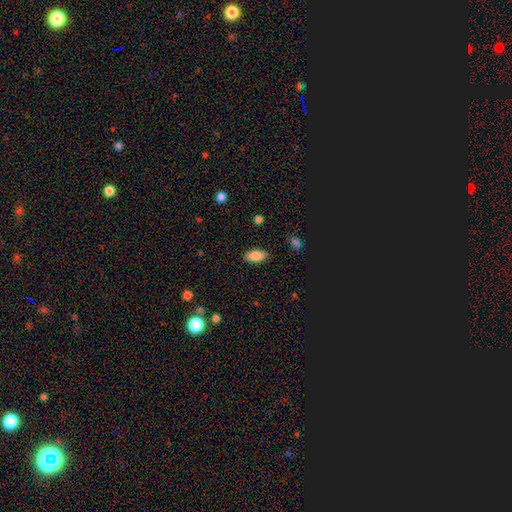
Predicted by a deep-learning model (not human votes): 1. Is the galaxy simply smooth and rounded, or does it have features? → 84% smooth, 9% featured or disk, 8% star or artifact.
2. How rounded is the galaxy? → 90% in between, 7% cigar-shaped, 3% round.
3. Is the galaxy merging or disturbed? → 87% none, 10% minor disturbance, 2% major disturbance, 1% merger.